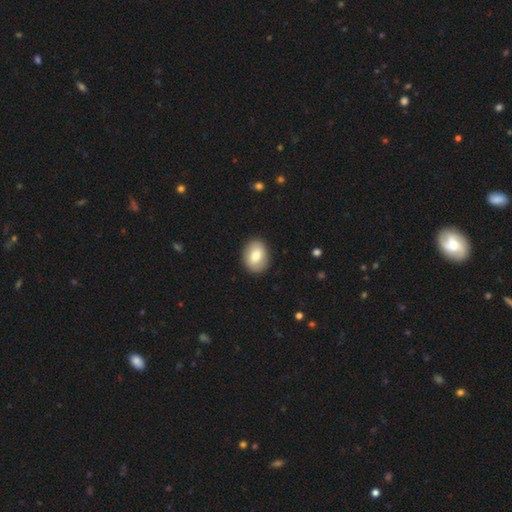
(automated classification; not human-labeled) This appears to be a smooth galaxy with no disk features (75%) that is in between round and cigar-shaped (64%). Merging: none (88%).